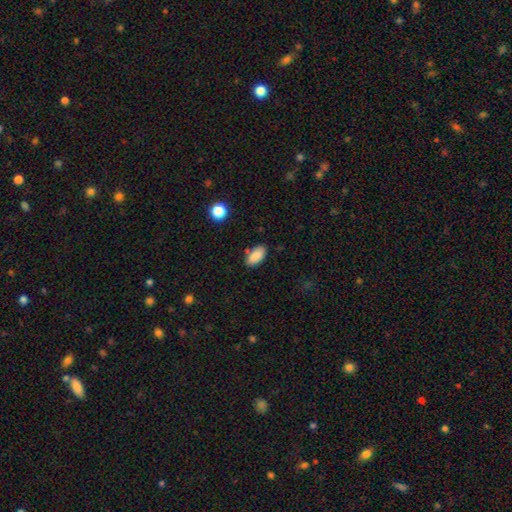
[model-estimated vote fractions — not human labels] Smooth or featured? Predicted: smooth (p=0.88). How rounded? Predicted: in between (p=0.93). Merging? Predicted: none (p=0.81).